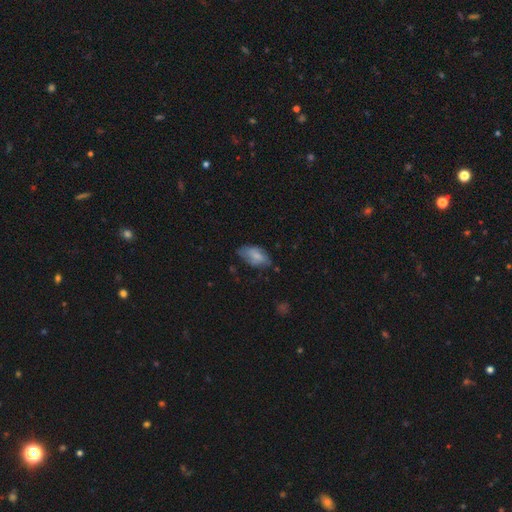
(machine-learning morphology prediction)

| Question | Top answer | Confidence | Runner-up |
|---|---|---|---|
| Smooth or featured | smooth | 69% | featured or disk (24%) |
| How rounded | in between | 92% | cigar-shaped (4%) |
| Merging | none | 51% | minor disturbance (36%) |